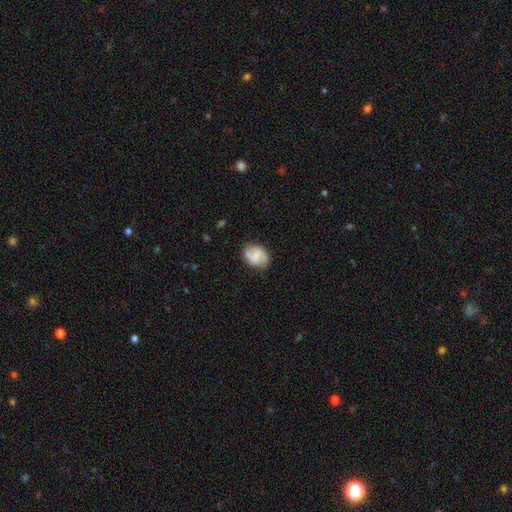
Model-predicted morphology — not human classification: This is possibly a featured or disk galaxy (47%). Merging: likely none (73%).